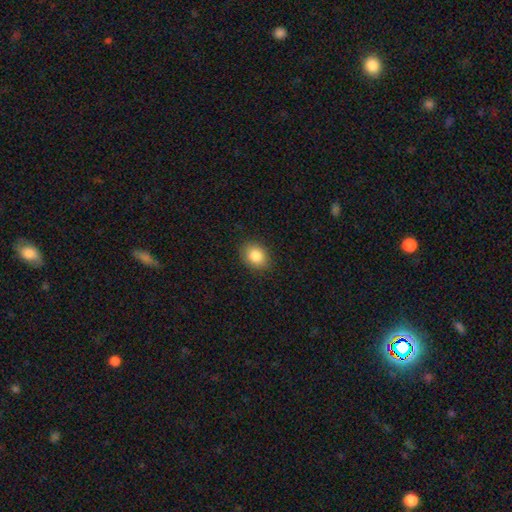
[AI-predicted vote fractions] Q: Smooth or featured?
A: smooth (85%); runner-up: star or artifact (9%)
Q: How rounded?
A: in between (56%); runner-up: round (43%)
Q: Merging?
A: none (87%); runner-up: minor disturbance (10%)